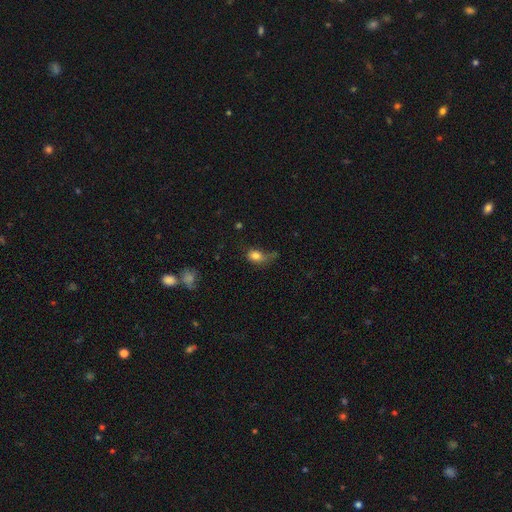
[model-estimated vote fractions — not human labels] The model was most divided on "merging": major disturbance: 34%, minor disturbance: 32%, none: 29%, merger: 5%. More confident: smooth or featured — smooth (77%); how rounded — in between (68%).